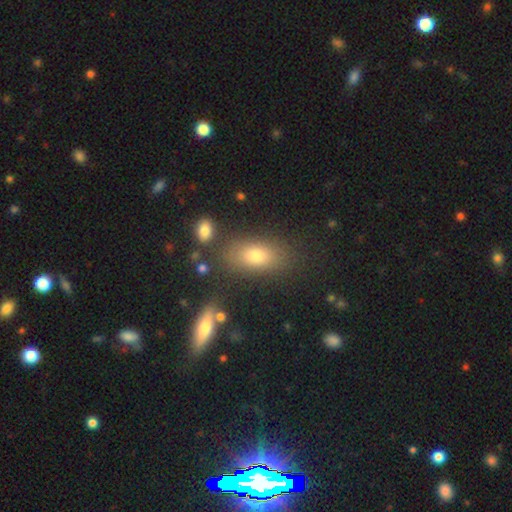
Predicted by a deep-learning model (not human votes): Morphology: type=smooth (76%); roundness=in between (84%); merging=none (77%).